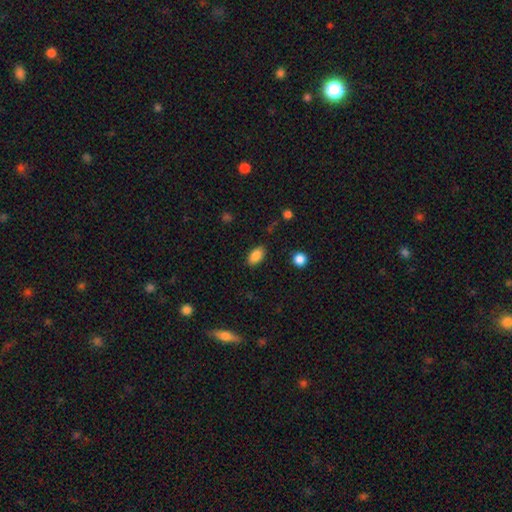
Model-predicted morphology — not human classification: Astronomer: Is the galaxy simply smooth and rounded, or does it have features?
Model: smooth — 87%.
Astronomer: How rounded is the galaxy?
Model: in between — 91%.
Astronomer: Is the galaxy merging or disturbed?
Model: none — 86%.